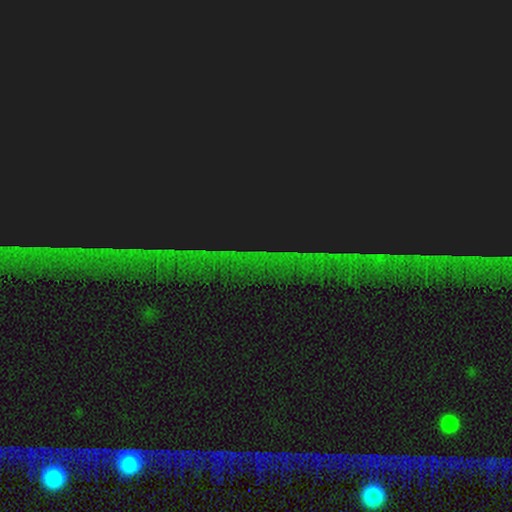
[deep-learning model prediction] This is clearly a star or artifact rather than a galaxy (86%).